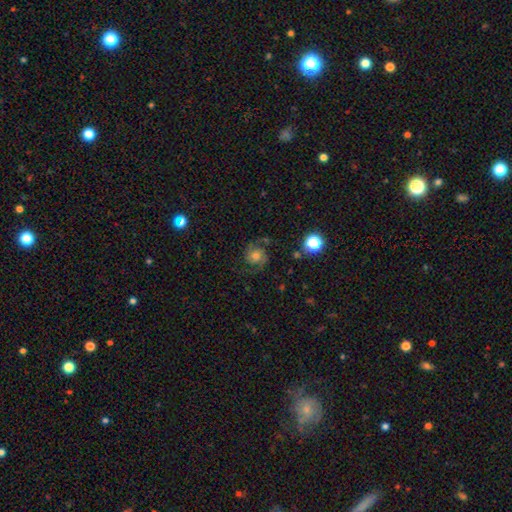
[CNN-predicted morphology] A featured or disk galaxy (78%) with no bar (74%), 2 (91%) medium (51%) spiral arms (97%) and a moderate central bulge (59%). Merging: none (76%).